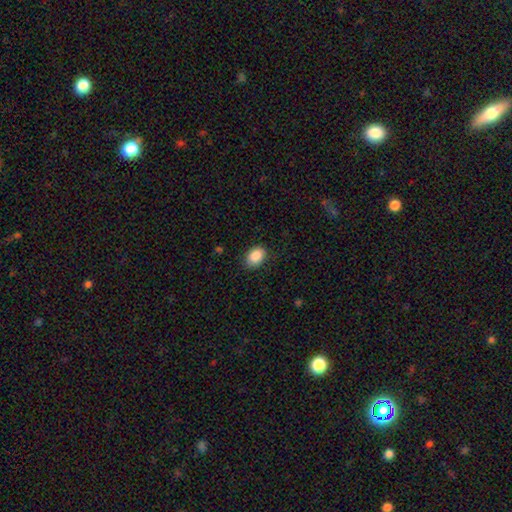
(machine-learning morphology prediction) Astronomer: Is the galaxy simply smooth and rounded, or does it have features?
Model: smooth — 88%.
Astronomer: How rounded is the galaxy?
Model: in between — 77%.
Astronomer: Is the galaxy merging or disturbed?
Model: none — 84%.